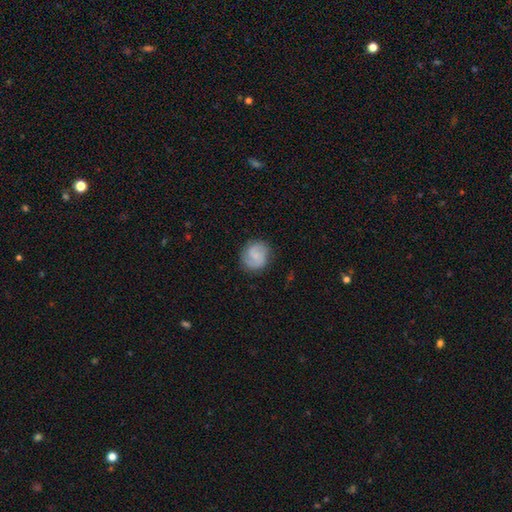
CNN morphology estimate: Smooth or featured?
  - featured or disk: 53% *
  - smooth: 39%
  - star or artifact: 7%
Edge-on disk?
  - no: 98% *
  - yes: 2%
Bar?
  - no: 57% *
  - weak: 37%
  - strong: 6%
Spiral arms?
  - yes: 92% *
  - no: 8%
Bulge size?
  - small: 54% *
  - none: 26%
  - moderate: 17%
  - large: 2%
  - dominant: 1%
Merging?
  - none: 82% *
  - minor disturbance: 13%
  - major disturbance: 4%
  - merger: 1%